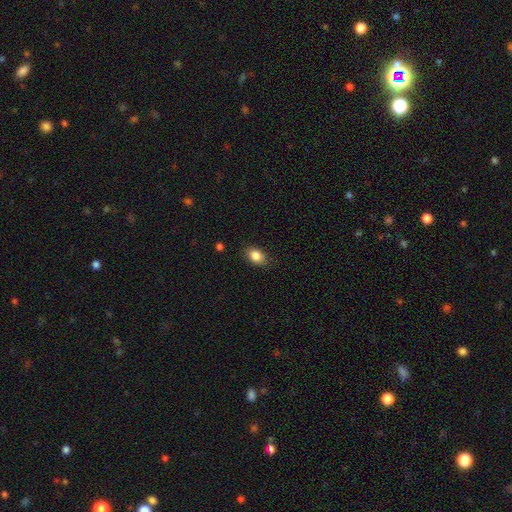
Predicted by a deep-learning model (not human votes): Overall: smooth (86%). How rounded: in between (80%). Merging: none (84%).